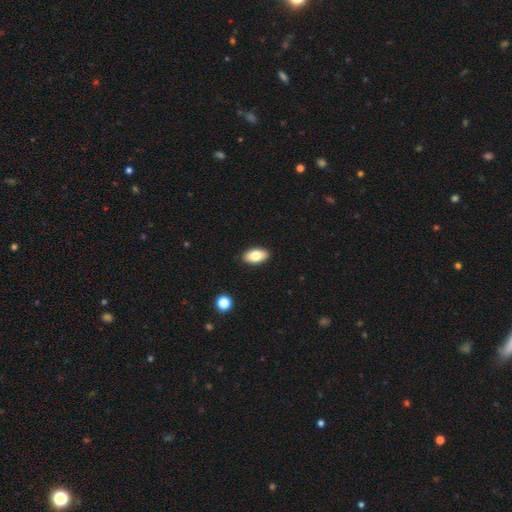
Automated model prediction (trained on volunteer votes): This is likely a smooth galaxy (79%). How rounded: clearly in between (93%). Merging: clearly none (90%).